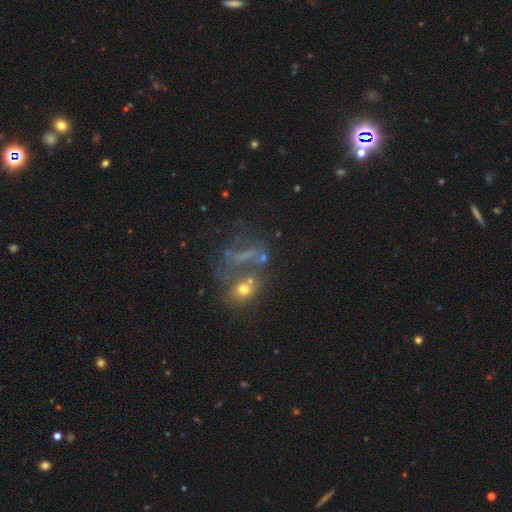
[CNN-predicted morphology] smooth-or-featured: featured or disk: 37% | smooth: 34% | star or artifact: 29%
  merging: none: 35% | major disturbance: 26% | merger: 24% | minor disturbance: 15%